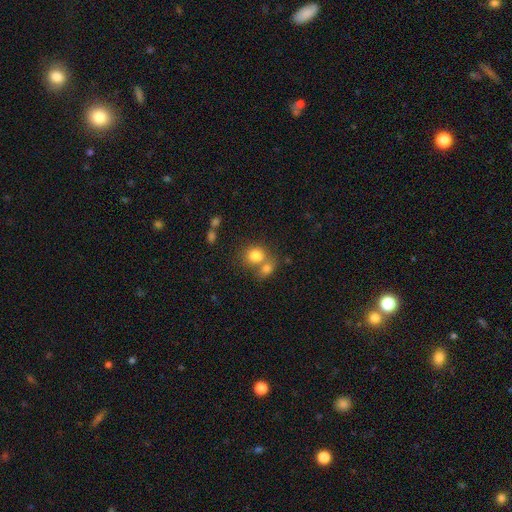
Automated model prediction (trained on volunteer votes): Overall: smooth (80%). How rounded: round (71%). Merging: merger (47%; none 40%).